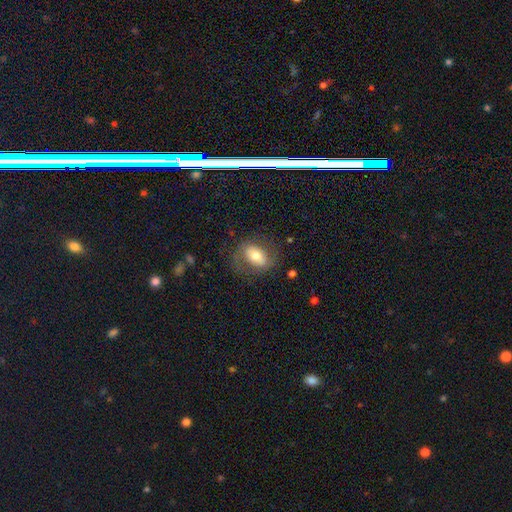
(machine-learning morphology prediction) smooth-or-featured: smooth: 52% | featured or disk: 40% | star or artifact: 8%
  how-rounded: in between: 81% | round: 17% | cigar-shaped: 2%
  merging: none: 67% | minor disturbance: 18% | major disturbance: 14% | merger: 2%